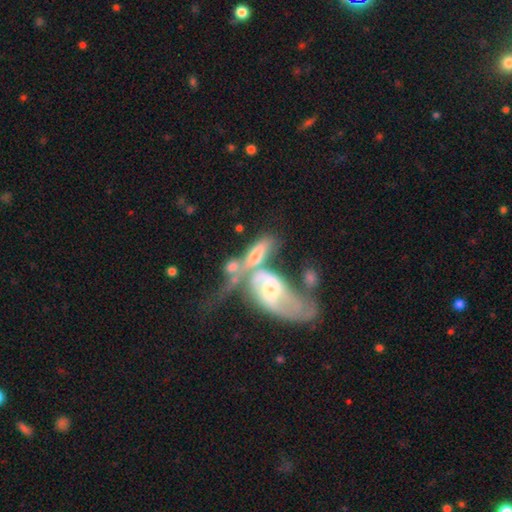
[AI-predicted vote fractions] smooth_or_featured: featured or disk (p=0.49) [alt: smooth p=0.42]
merging: merger (p=0.62) [alt: none p=0.17]